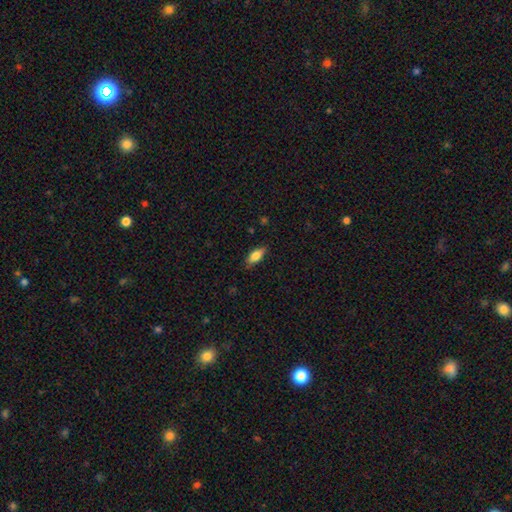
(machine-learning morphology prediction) A smooth galaxy with no disk features (81%) that is in between round and cigar-shaped (83%). Merging: none (83%).